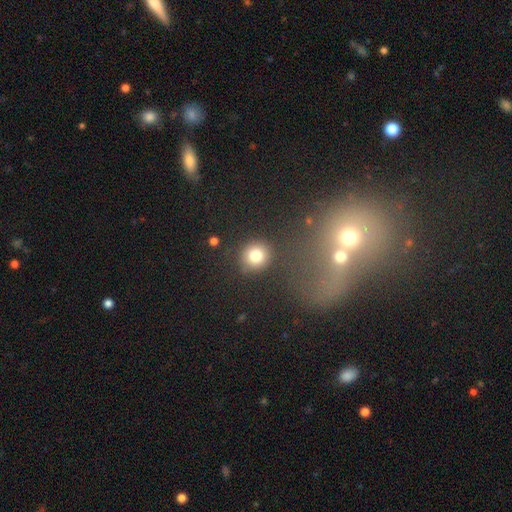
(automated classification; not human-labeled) This is likely a smooth galaxy (80%). How rounded: clearly round (87%). Merging: clearly none (85%).